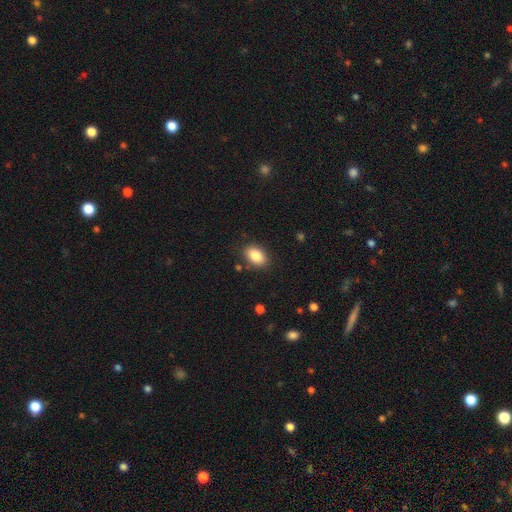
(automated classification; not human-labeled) The model was most divided on "how rounded": in between: 85%, round: 14%, cigar-shaped: 1%. More confident: smooth or featured — smooth (86%); merging — none (85%).